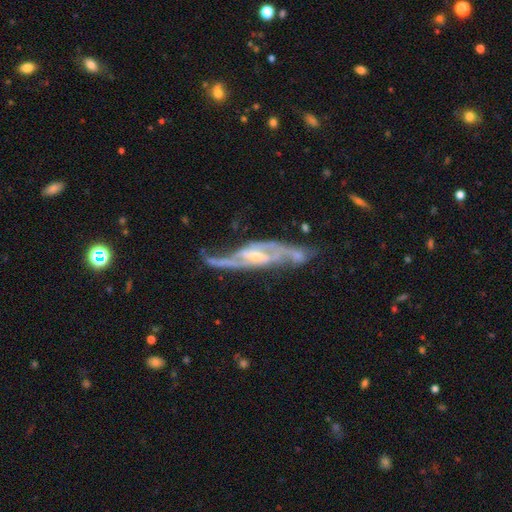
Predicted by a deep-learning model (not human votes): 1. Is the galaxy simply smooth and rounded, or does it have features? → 90% featured or disk, 5% star or artifact, 5% smooth.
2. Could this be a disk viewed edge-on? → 80% no, 20% yes.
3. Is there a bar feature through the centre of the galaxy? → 42% weak, 29% no, 29% strong.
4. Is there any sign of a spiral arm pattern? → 96% yes, 4% no.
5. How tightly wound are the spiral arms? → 48% medium, 31% loose, 21% tight.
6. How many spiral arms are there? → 84% 2, 6% can't tell, 4% 3, 2% 1, 2% 4, 1% more than 4.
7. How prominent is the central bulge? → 59% small, 35% moderate, 3% none, 2% large, 1% dominant.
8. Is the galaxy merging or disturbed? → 62% none, 21% minor disturbance, 12% major disturbance, 5% merger.